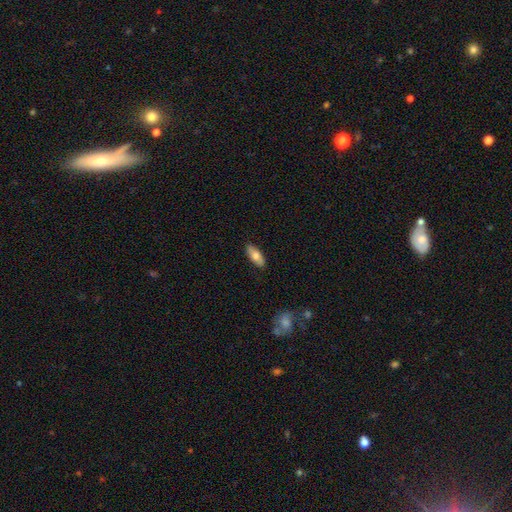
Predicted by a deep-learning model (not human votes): smooth-or-featured: smooth: 71% | featured or disk: 23% | star or artifact: 6%
  how-rounded: in between: 78% | cigar-shaped: 19% | round: 3%
  merging: none: 86% | minor disturbance: 11% | major disturbance: 2% | merger: 1%